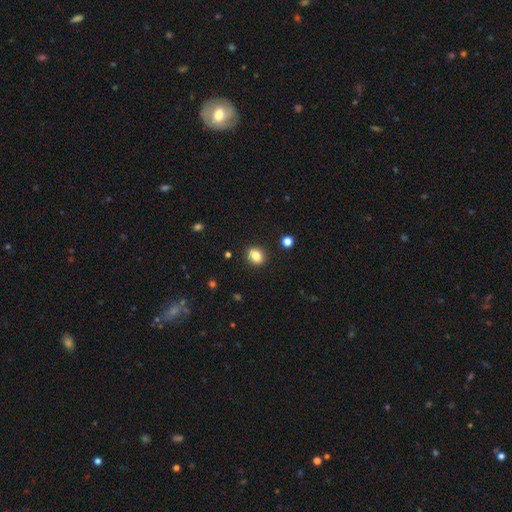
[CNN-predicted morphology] type=smooth (84%); roundness=round (52%); merging=none (90%).